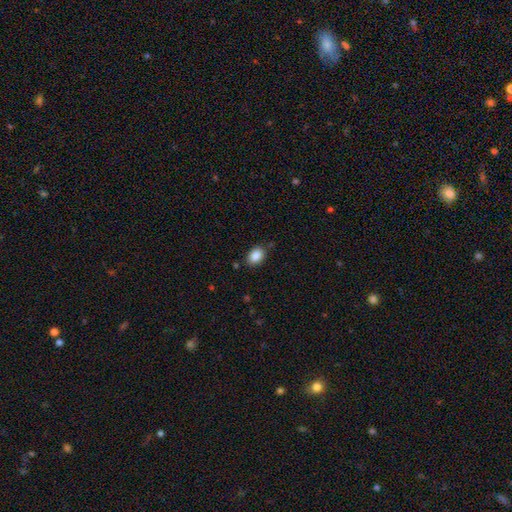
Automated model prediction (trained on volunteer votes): smooth_or_featured: smooth (p=0.87) [alt: star or artifact p=0.08]
how_rounded: in between (p=0.82) [alt: round p=0.17]
merging: none (p=0.83) [alt: minor disturbance p=0.12]